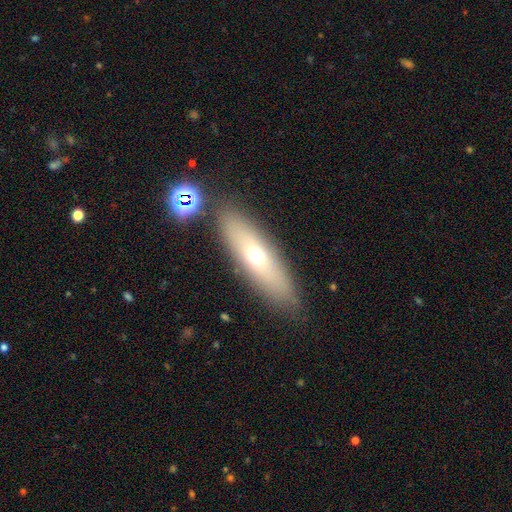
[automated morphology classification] Smooth or featured? Predicted: smooth (p=0.56). How rounded? Predicted: cigar-shaped (p=0.56). Merging? Predicted: none (p=0.83).